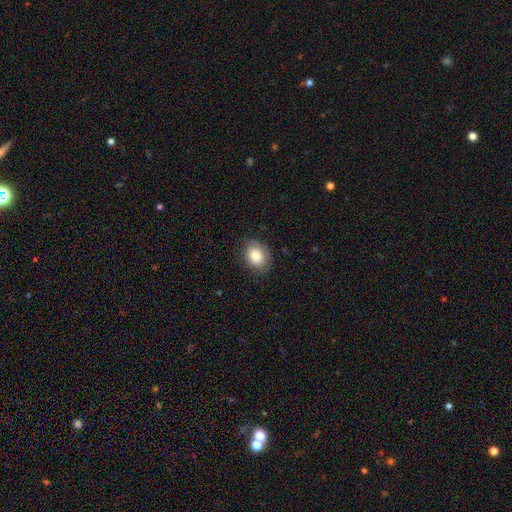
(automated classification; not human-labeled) The model was most divided on "how rounded": in between: 65%, round: 34%, cigar-shaped: 1%. More confident: smooth or featured — smooth (82%); merging — none (78%).